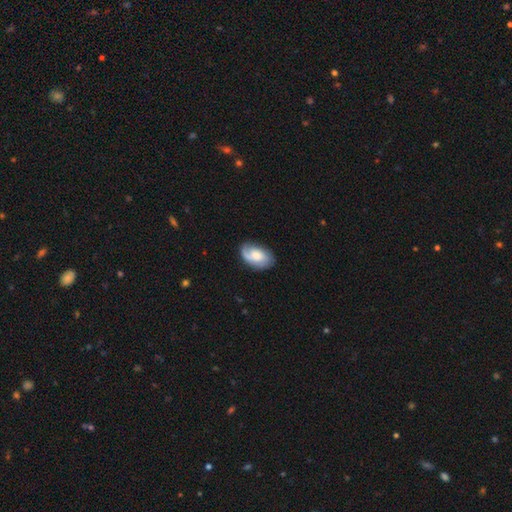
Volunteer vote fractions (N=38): Smooth or featured?
  - featured or disk: 53% *
  - smooth: 42%
  - star or artifact: 5%
Edge-on disk?
  - no: 100% *
  - yes: 0%
Bar?
  - no: 85% *
  - weak: 10%
  - strong: 5%
Spiral arms?
  - yes: 90% *
  - no: 10%
Spiral winding?
  - tight: 56% *
  - medium: 28%
  - loose: 17%
Spiral arm count?
  - can't tell: 44% *
  - 1: 39%
  - 2: 17%
  - 3: 0%
  - 4: 0%
  - more than 4: 0%
Bulge size?
  - moderate: 45% *
  - large: 25%
  - small: 20%
  - dominant: 5%
  - none: 5%
Merging?
  - none: 67% *
  - minor disturbance: 17%
  - major disturbance: 17%
  - merger: 0%